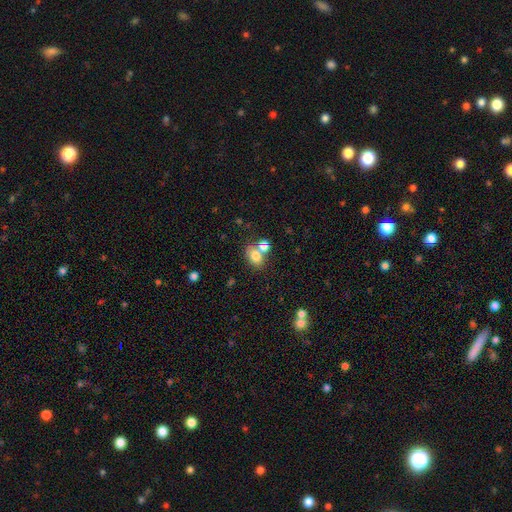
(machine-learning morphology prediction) Smooth or featured: smooth — 77% (featured or disk — 12%)
How rounded: in between — 60% (round — 39%)
Merging: none — 48% (merger — 36%)